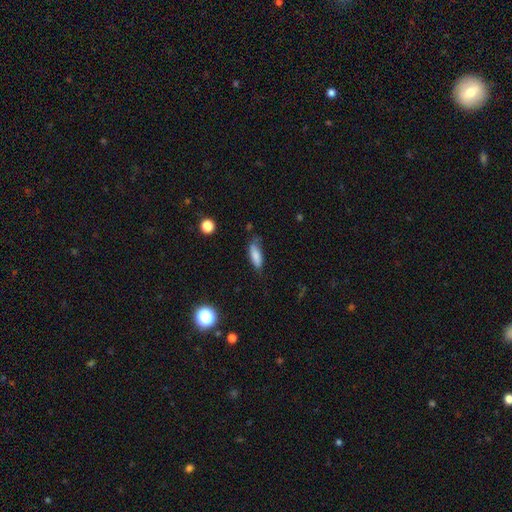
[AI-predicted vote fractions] smooth_or_featured: smooth (p=0.82) [alt: featured or disk p=0.10]
how_rounded: in between (p=0.67) [alt: cigar-shaped p=0.31]
merging: none (p=0.62) [alt: minor disturbance p=0.28]